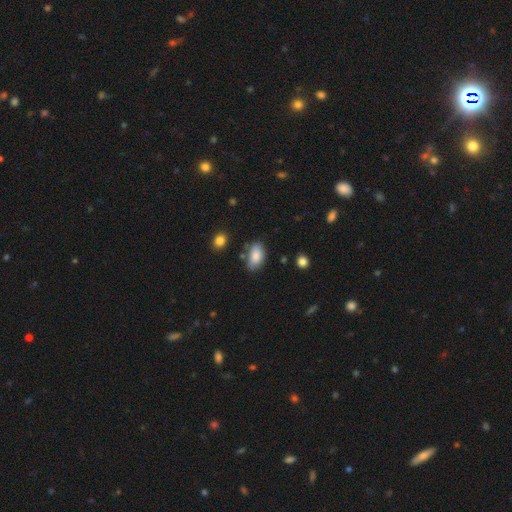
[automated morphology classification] smooth 86%, star or artifact 7%, featured or disk 7%. Down the decision tree: how rounded — in between (93%); merging — none (72%).